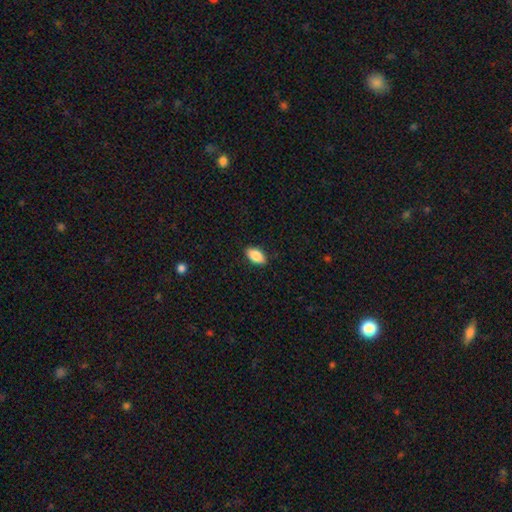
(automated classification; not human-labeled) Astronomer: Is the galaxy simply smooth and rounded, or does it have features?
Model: smooth — 88%.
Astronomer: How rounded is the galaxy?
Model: in between — 93%.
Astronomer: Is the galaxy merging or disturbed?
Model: none — 89%.